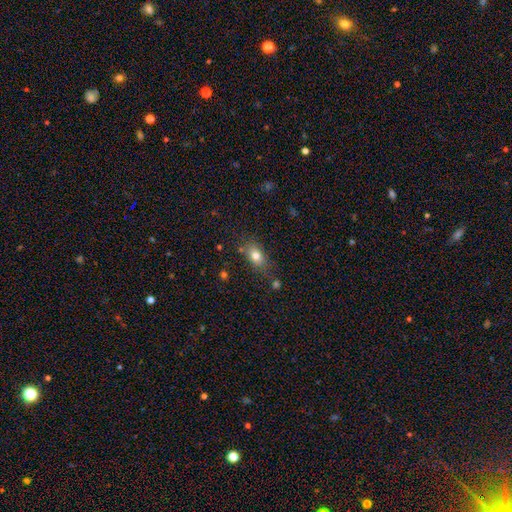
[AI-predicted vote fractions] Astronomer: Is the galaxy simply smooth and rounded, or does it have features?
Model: smooth — 79%.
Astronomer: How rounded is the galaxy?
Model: in between — 76%.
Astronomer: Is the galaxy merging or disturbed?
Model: none — 67%.